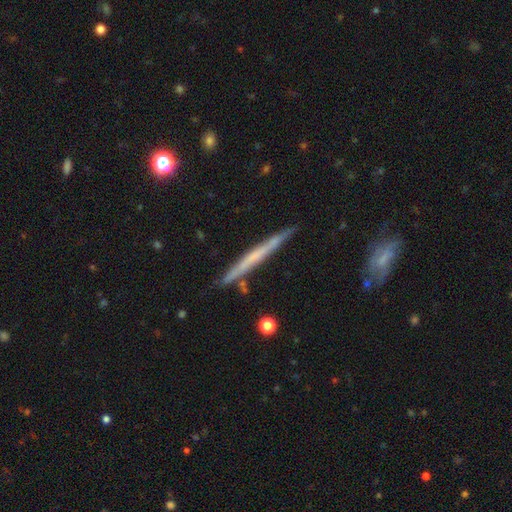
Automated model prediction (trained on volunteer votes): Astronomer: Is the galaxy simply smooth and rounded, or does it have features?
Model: featured or disk — 58% (runner-up: smooth, 35%).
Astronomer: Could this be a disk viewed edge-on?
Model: yes — 97%.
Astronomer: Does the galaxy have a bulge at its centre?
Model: none — 77%.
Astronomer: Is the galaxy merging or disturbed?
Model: none — 86%.